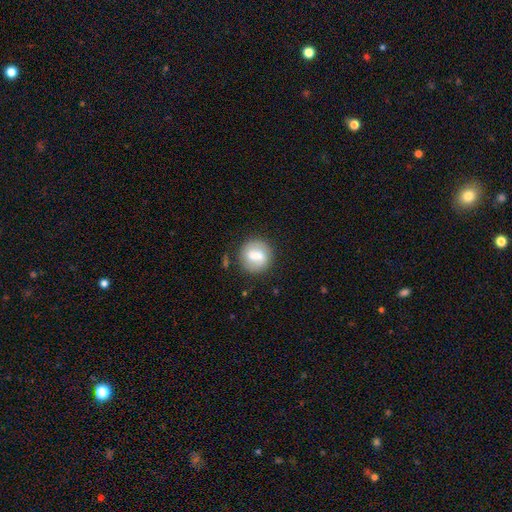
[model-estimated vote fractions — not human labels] A smooth galaxy with no disk features (63%) that is round (84%). Merging: none (76%).